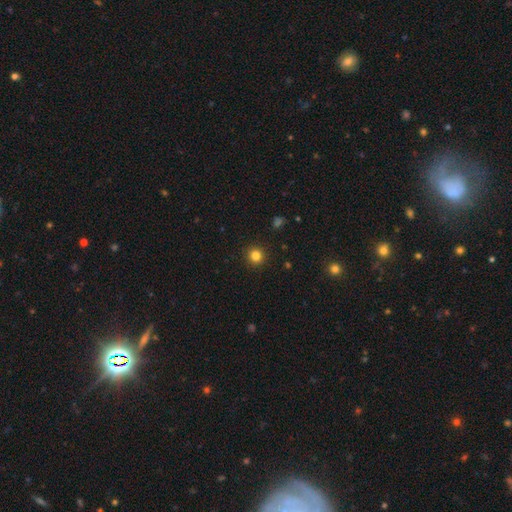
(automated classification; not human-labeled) Q: Smooth or featured?
A: smooth (83%); runner-up: star or artifact (13%)
Q: How rounded?
A: round (94%); runner-up: in between (5%)
Q: Merging?
A: none (92%); runner-up: minor disturbance (5%)